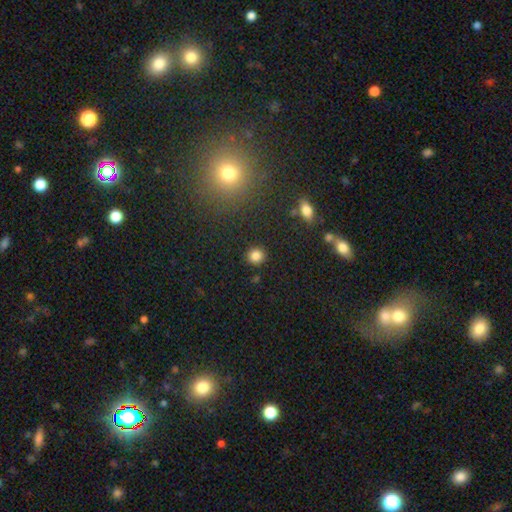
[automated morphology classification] smooth_or_featured: smooth (p=0.84) [alt: star or artifact p=0.12]
how_rounded: round (p=0.88) [alt: in between p=0.11]
merging: none (p=0.90) [alt: minor disturbance p=0.06]